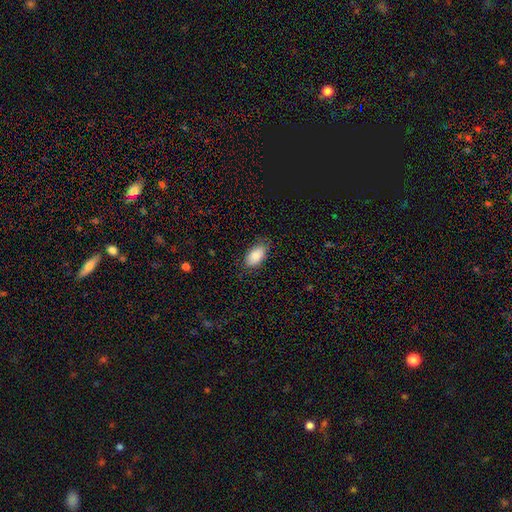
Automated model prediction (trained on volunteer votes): A smooth galaxy with no disk features (86%) that is in between round and cigar-shaped (93%).

Vote fractions:
- Smooth or featured? smooth: 86% / featured or disk: 7% / star or artifact: 7%
- How rounded? in between: 93% / round: 4% / cigar-shaped: 3%
- Merging? none: 81% / minor disturbance: 15% / major disturbance: 3% / merger: 1%